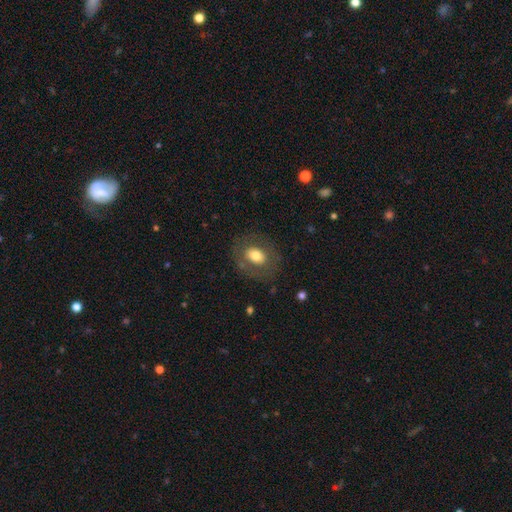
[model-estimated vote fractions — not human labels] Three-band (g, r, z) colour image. It shows a smooth galaxy with no disk features (65%) that is in between round and cigar-shaped (54%). Merging: none (79%).